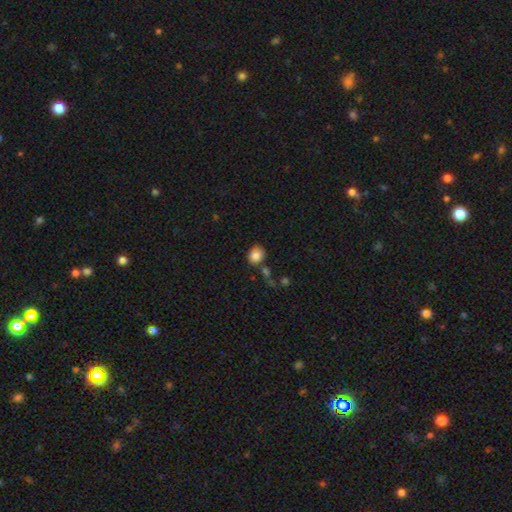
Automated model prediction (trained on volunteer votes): Smooth or featured? Predicted: smooth (p=0.84). How rounded? Predicted: round (p=0.63). Merging? Predicted: none (p=0.72).